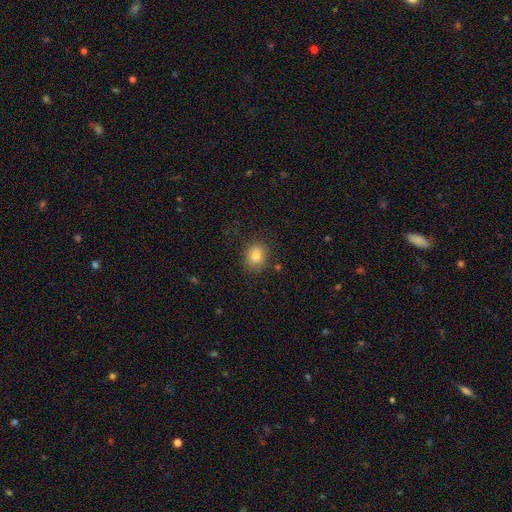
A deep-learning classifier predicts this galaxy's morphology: Smooth or featured: smooth — 82% (star or artifact — 11%)
How rounded: round — 72% (in between — 27%)
Merging: none — 86% (minor disturbance — 10%)